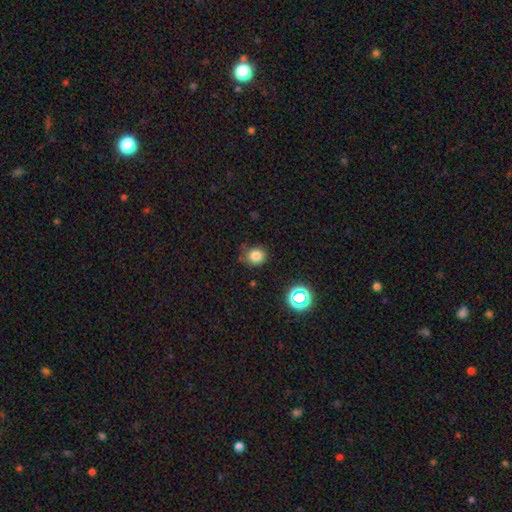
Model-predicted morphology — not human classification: This is likely a smooth galaxy (79%). How rounded: clearly round (83%). Merging: likely none (72%).